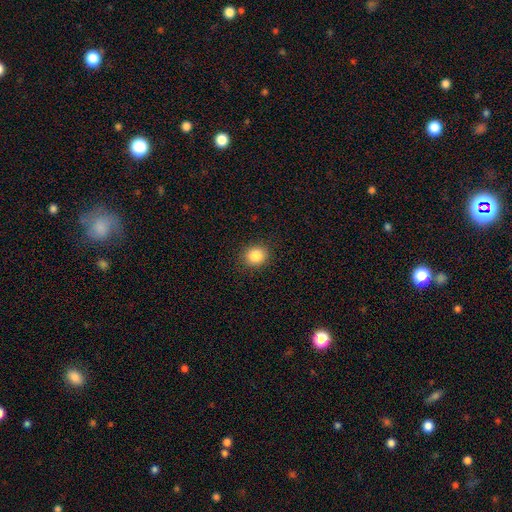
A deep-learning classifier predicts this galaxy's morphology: This appears to be a smooth galaxy with no disk features (85%) that is round (77%). Merging: none (90%).